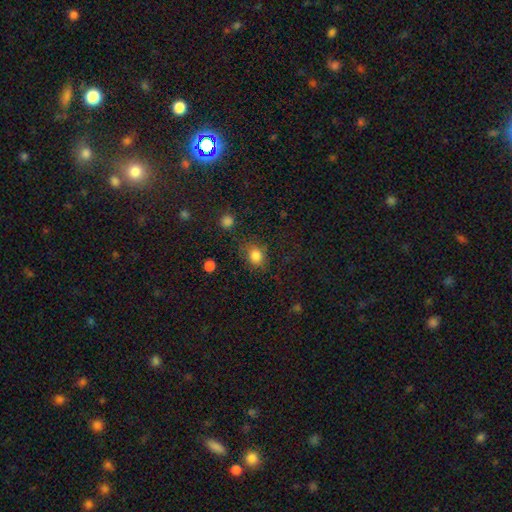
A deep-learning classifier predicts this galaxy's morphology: This appears to be a smooth galaxy with no disk features (82%) that is round (67%). Merging: none (70%).